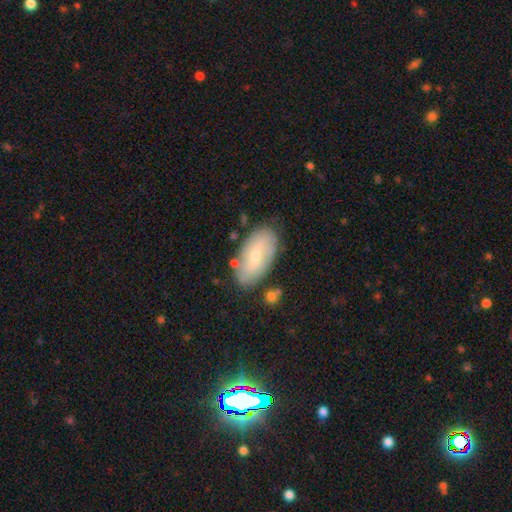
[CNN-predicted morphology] The model was most divided on "smooth or featured": featured or disk: 47%, smooth: 46%, star or artifact: 7%. More confident: merging — none (76%).